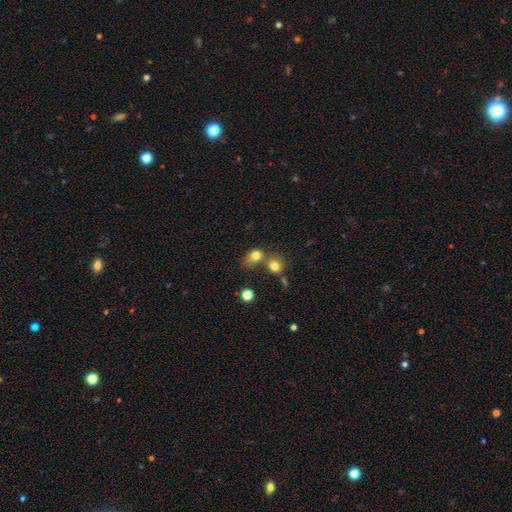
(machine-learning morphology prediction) Smooth or featured? Predicted: smooth (p=0.77). How rounded? Predicted: round (p=0.55). Merging? Predicted: merger (p=0.41).